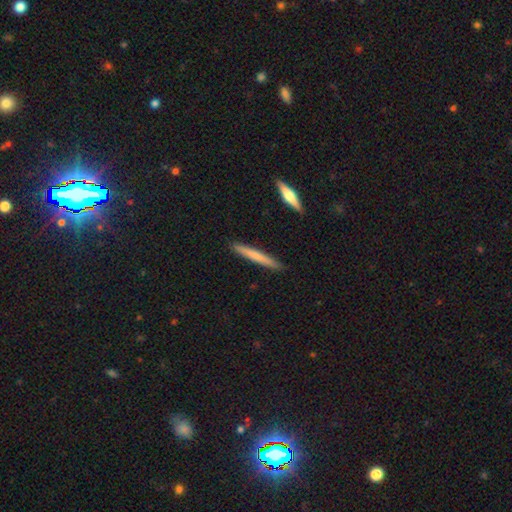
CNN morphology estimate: Smooth or featured? smooth (65%)
How rounded? cigar-shaped (96%)
Merging? none (91%)